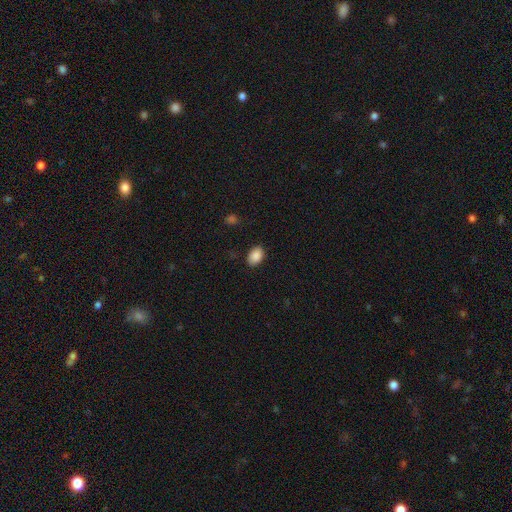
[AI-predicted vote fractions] Smooth or featured: smooth — 89% (star or artifact — 8%)
How rounded: in between — 88% (round — 11%)
Merging: none — 85% (minor disturbance — 11%)